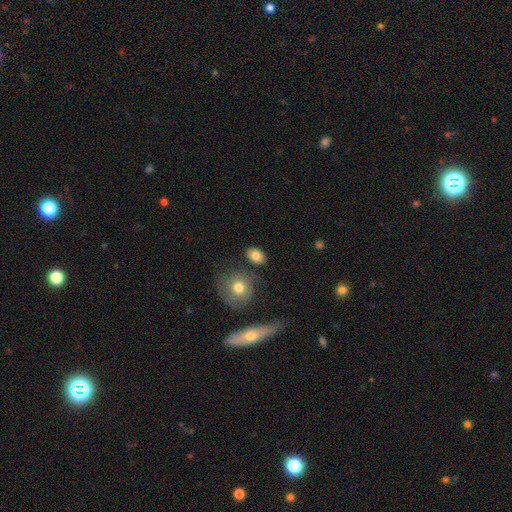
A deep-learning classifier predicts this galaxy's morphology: smooth 81%, featured or disk 10%, star or artifact 8%. Down the decision tree: how rounded — in between (78%); merging — none (78%).